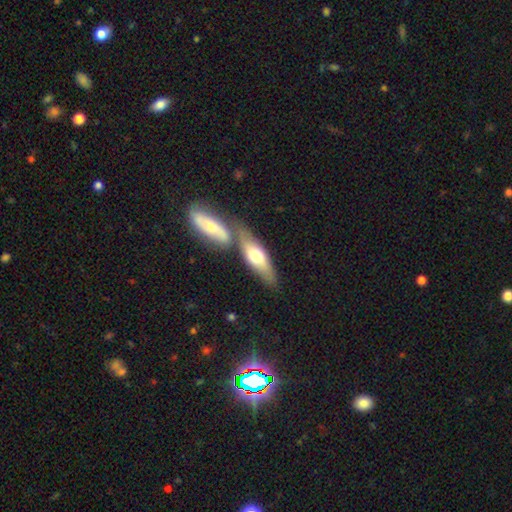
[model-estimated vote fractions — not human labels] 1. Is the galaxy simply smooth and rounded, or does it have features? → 58% smooth, 36% featured or disk, 5% star or artifact.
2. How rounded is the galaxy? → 61% in between, 36% cigar-shaped, 3% round.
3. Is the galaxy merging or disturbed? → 43% none, 42% merger, 10% minor disturbance, 4% major disturbance.